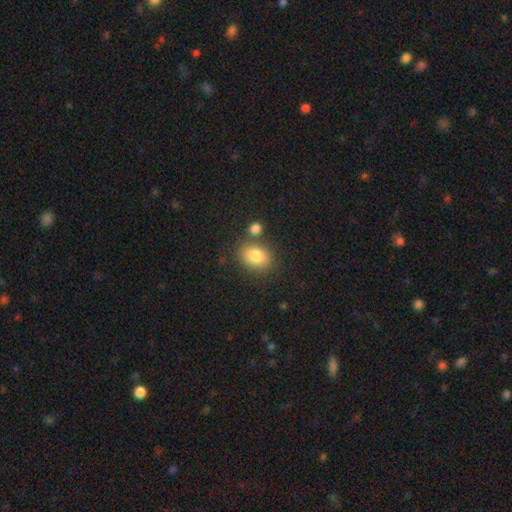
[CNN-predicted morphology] Smooth or featured: smooth — 82% (featured or disk — 9%)
How rounded: in between — 65% (round — 33%)
Merging: none — 71% (minor disturbance — 13%)